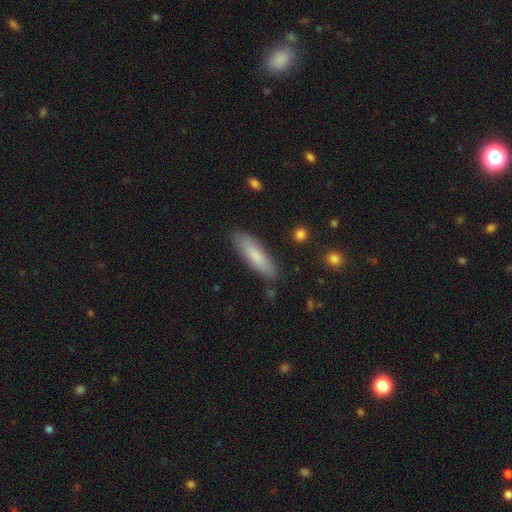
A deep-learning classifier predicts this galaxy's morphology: This is likely a smooth galaxy (77%). How rounded: likely cigar-shaped (60%). Merging: clearly none (84%).